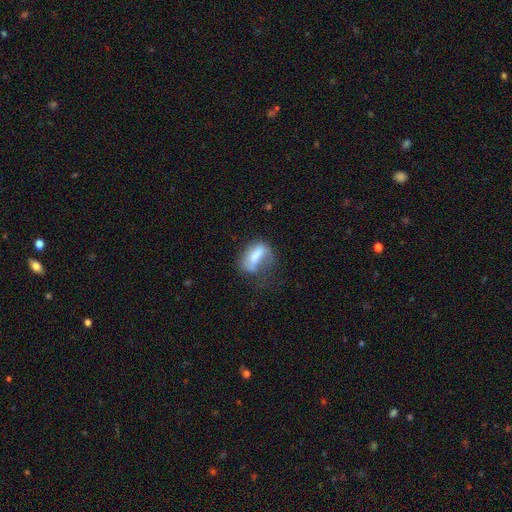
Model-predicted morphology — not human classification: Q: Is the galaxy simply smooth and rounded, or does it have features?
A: smooth — 59%.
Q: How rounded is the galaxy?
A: in between — 76%.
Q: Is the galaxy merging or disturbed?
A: major disturbance — 36%.